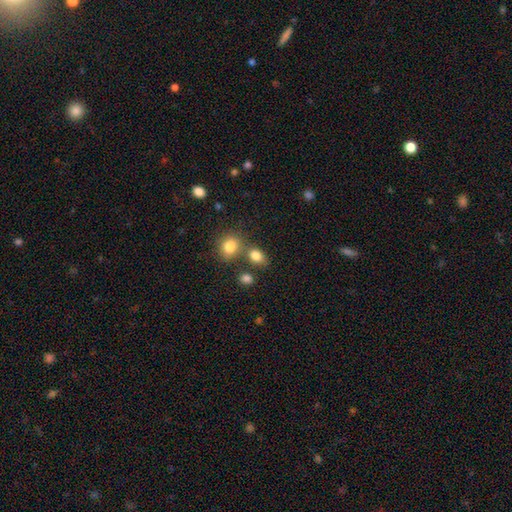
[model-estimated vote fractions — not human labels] Smooth or featured? smooth (82%)
How rounded? in between (63%)
Merging? none (59%)